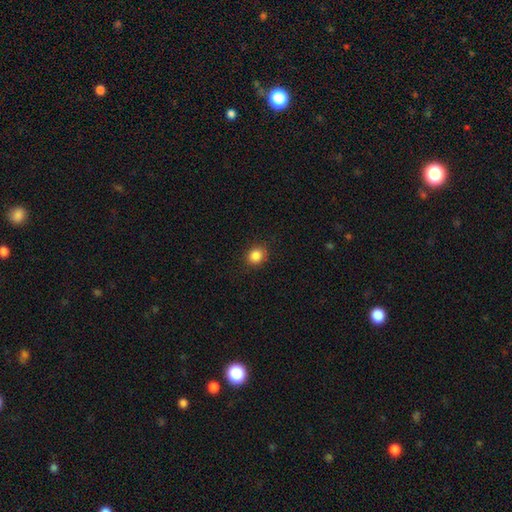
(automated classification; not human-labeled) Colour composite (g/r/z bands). It shows a smooth galaxy with no disk features (86%) that is round (80%). Merging: none (88%).